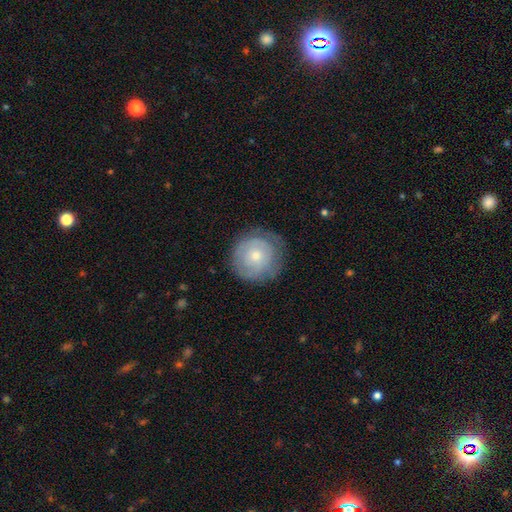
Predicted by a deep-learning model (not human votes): Smooth or featured? smooth (51%)
How rounded? round (92%)
Merging? none (71%)